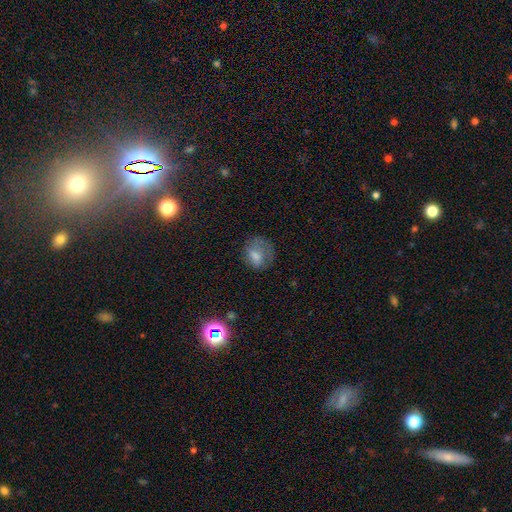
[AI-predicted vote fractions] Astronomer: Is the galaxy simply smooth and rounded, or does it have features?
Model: smooth — 59%.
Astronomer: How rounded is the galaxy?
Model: round — 58% (runner-up: in between, 41%).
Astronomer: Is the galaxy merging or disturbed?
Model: none — 53%.